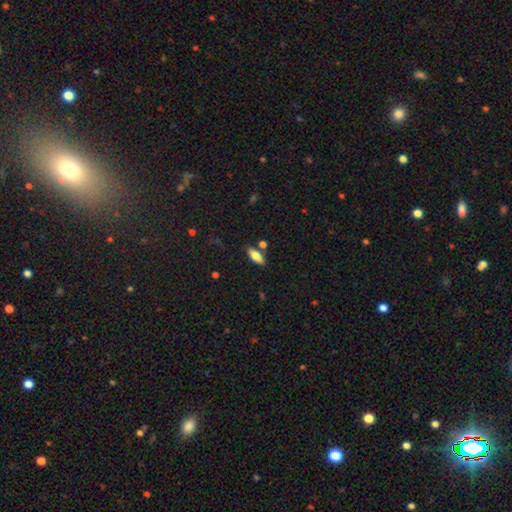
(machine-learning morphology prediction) This is likely a smooth galaxy (74%). How rounded: likely in between (75%). Merging: likely none (80%).